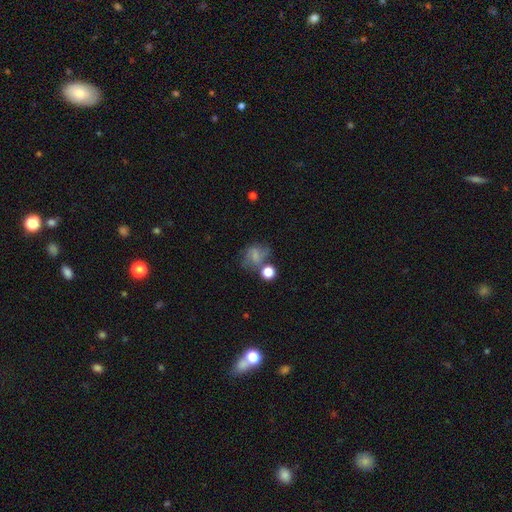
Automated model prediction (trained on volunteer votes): A smooth galaxy with no disk features (55%) that is round (52%). Merging: none (44%).